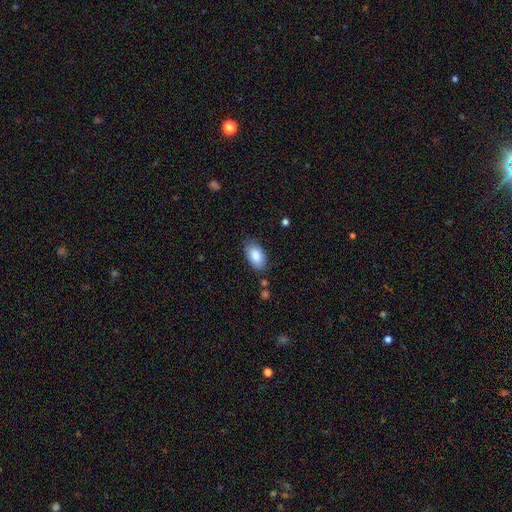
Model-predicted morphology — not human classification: smooth_or_featured: smooth (p=0.85) [alt: featured or disk p=0.09]
how_rounded: in between (p=0.93) [alt: round p=0.05]
merging: none (p=0.81) [alt: minor disturbance p=0.14]